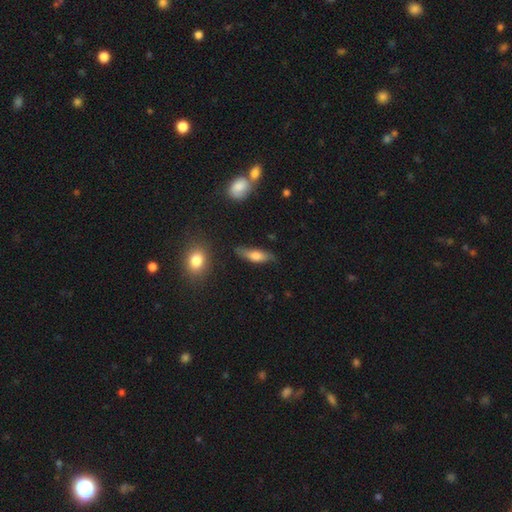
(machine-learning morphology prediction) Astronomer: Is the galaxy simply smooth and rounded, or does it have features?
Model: smooth — 60%.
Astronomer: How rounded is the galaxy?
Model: in between — 50% (runner-up: cigar-shaped, 46%).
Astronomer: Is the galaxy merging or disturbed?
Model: none — 70%.